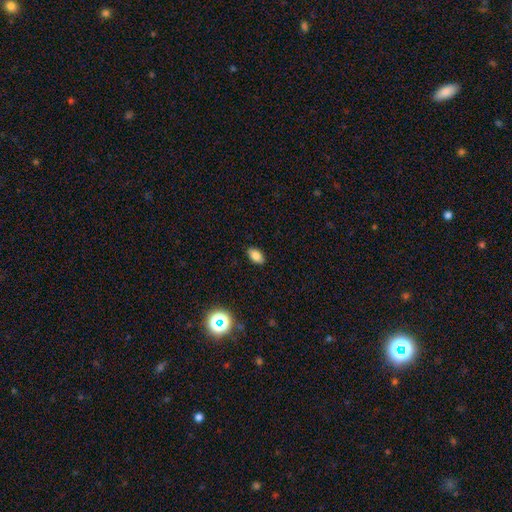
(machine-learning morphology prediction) This is clearly a smooth galaxy (82%). How rounded: clearly in between (91%). Merging: clearly none (88%).